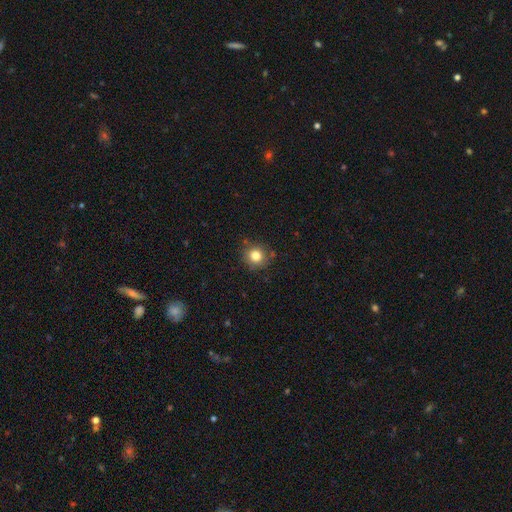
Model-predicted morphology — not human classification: A smooth galaxy with no disk features (81%) that is round (89%).

Vote fractions:
- Smooth or featured? smooth: 81% / star or artifact: 12% / featured or disk: 7%
- How rounded? round: 89% / in between: 10% / cigar-shaped: 1%
- Merging? none: 84% / minor disturbance: 10% / major disturbance: 3% / merger: 3%